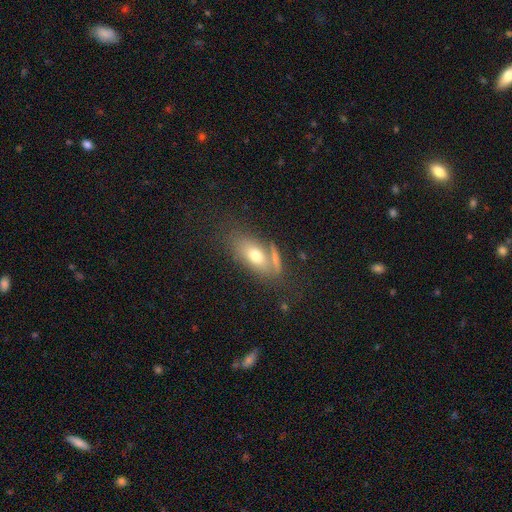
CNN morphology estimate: Smooth or featured: smooth — 68% (featured or disk — 23%)
How rounded: in between — 84% (cigar-shaped — 9%)
Merging: none — 55% (merger — 20%)